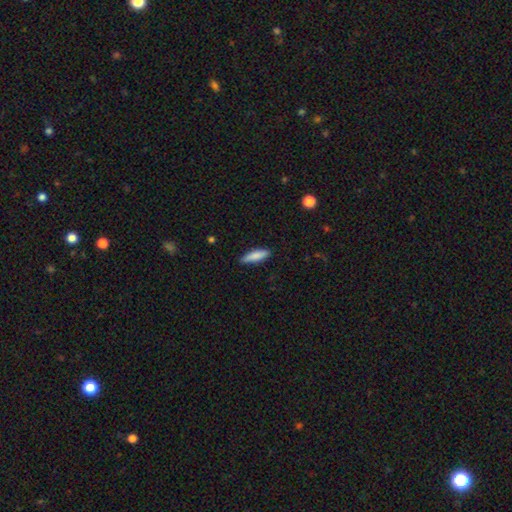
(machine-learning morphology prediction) The model was most divided on "how rounded": cigar-shaped: 61%, in between: 37%, round: 2%. More confident: merging — none (84%); smooth or featured — smooth (83%).